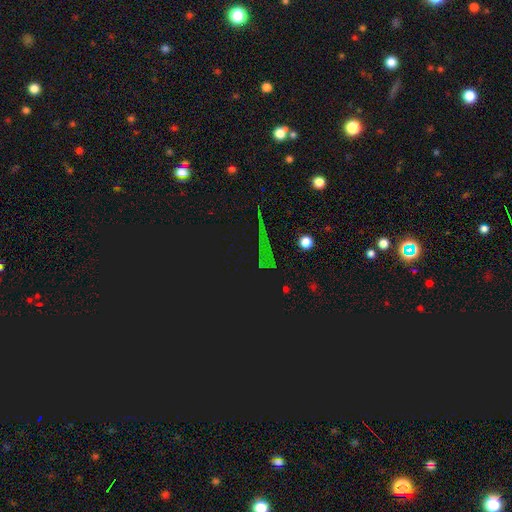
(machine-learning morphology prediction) A star or artifact, not a galaxy (76%).

Vote fractions:
- Smooth or featured? star or artifact: 76% / smooth: 15% / featured or disk: 9%